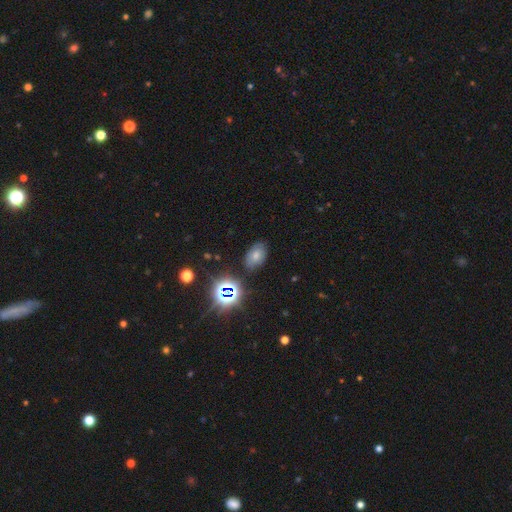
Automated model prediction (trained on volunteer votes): Q: Smooth or featured?
A: smooth (63%); runner-up: star or artifact (23%)
Q: How rounded?
A: in between (87%); runner-up: round (11%)
Q: Merging?
A: none (80%); runner-up: minor disturbance (14%)